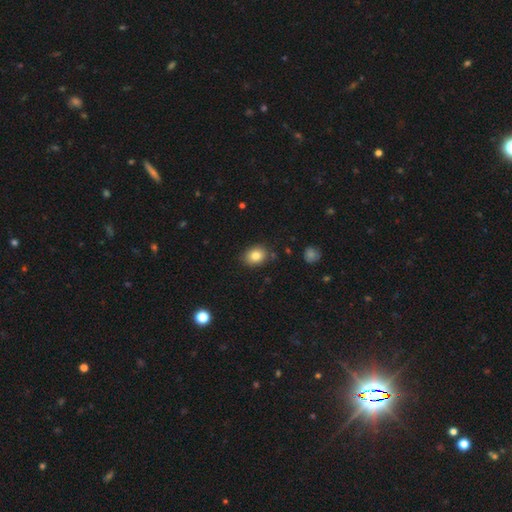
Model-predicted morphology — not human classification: A smooth galaxy with no disk features (83%) that is in between round and cigar-shaped (59%). Merging: none (85%).